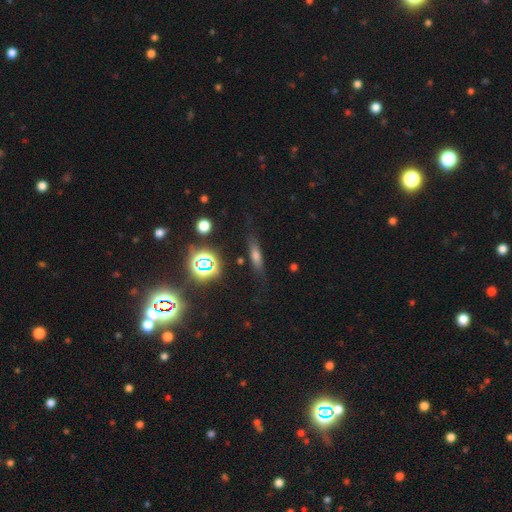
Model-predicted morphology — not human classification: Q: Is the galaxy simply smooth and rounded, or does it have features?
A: smooth — 57%.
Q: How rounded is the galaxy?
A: cigar-shaped — 62%.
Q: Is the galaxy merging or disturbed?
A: none — 76%.